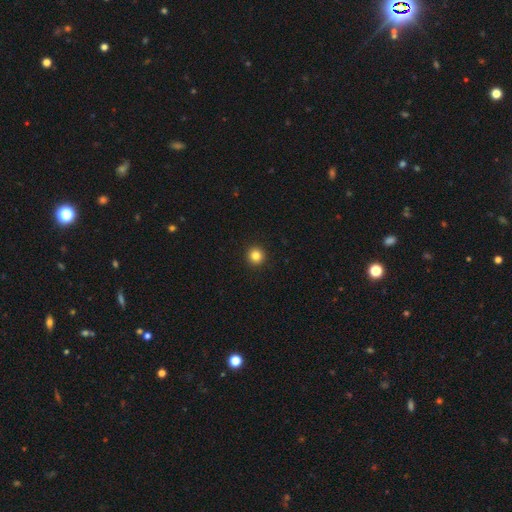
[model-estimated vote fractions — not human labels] Smooth or featured? smooth (83%)
How rounded? round (96%)
Merging? none (94%)